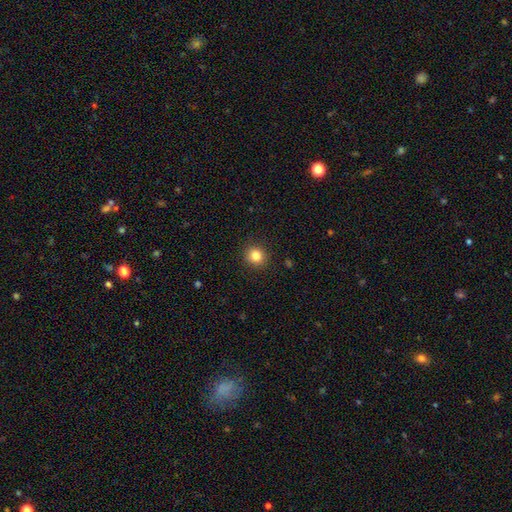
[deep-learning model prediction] smooth_or_featured: smooth (p=0.83) [alt: star or artifact p=0.11]
how_rounded: round (p=0.89) [alt: in between p=0.10]
merging: none (p=0.91) [alt: minor disturbance p=0.06]